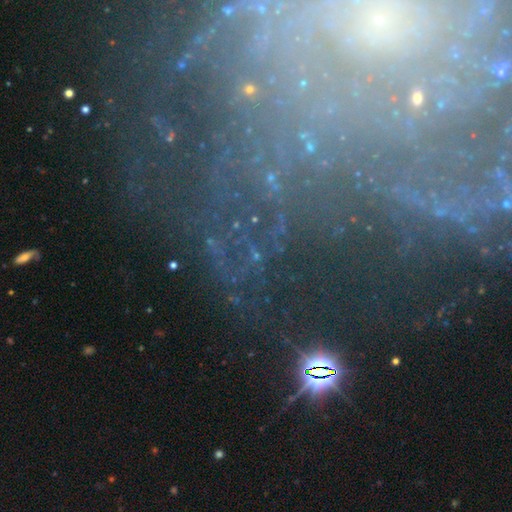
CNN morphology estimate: Q: Smooth or featured?
A: star or artifact (60%); runner-up: featured or disk (27%)